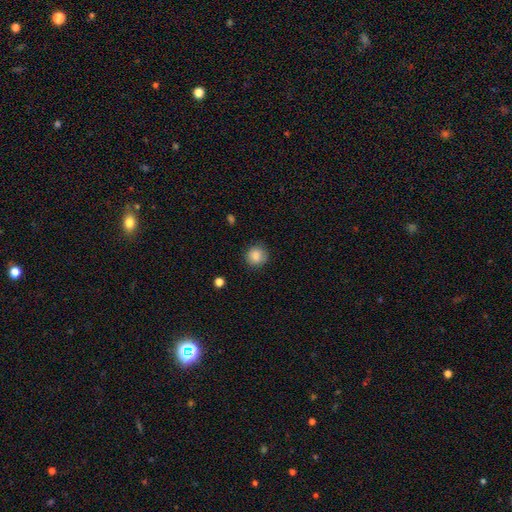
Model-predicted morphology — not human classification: smooth 86%, star or artifact 9%, featured or disk 5%. Down the decision tree: how rounded — round (90%); merging — none (85%).